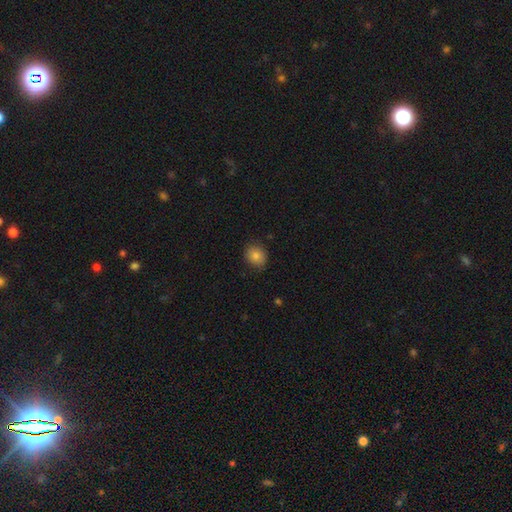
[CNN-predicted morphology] Smooth or featured? smooth (81%)
How rounded? round (67%)
Merging? none (81%)